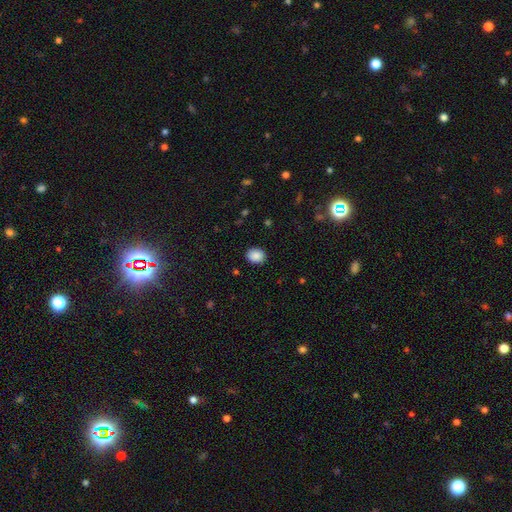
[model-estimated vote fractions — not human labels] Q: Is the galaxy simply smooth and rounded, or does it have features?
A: smooth — 88%.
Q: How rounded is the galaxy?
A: in between — 54%.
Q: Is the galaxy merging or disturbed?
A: none — 89%.